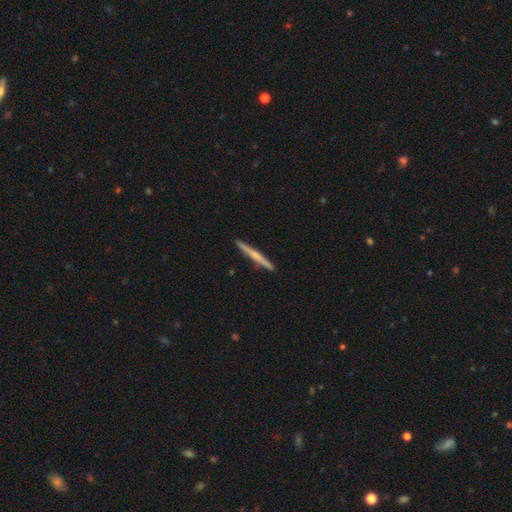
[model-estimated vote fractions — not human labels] This is possibly a featured or disk galaxy (52%). It is clearly viewed edge-on (98%). Edge-on bulge: possibly none (52%). Merging: clearly none (93%).